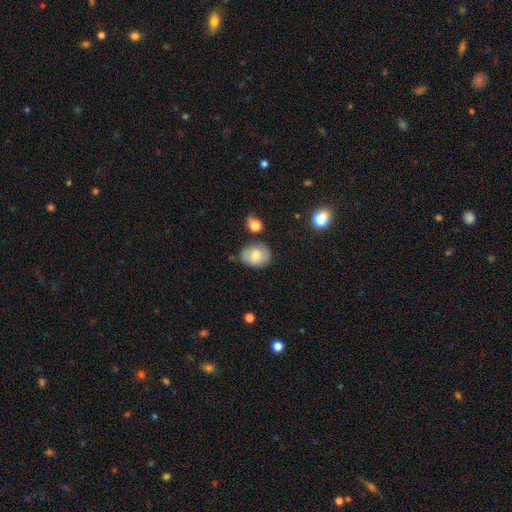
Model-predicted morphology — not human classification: Smooth or featured? Predicted: smooth (p=0.69). How rounded? Predicted: in between (p=0.59). Merging? Predicted: none (p=0.72).